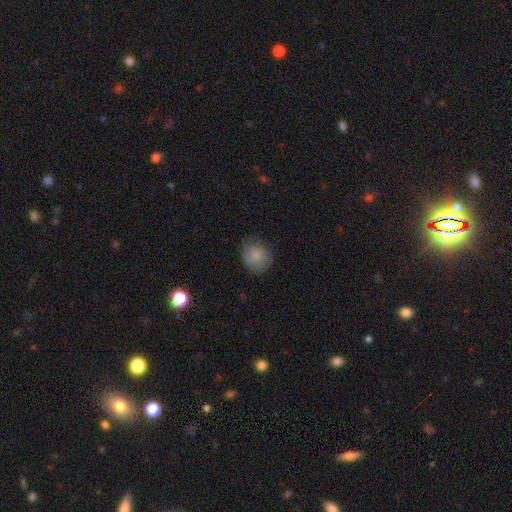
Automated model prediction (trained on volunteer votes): This appears to be a smooth galaxy with no disk features (80%) that is round (80%). Merging: none (70%).